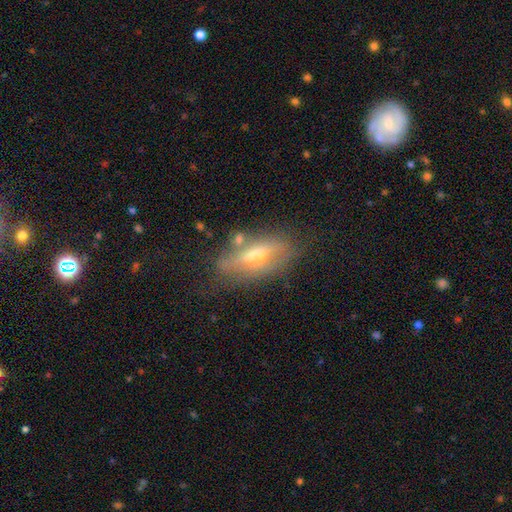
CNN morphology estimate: Smooth or featured? featured or disk (58%)
Edge-on disk? yes (68%)
Merging? none (69%)